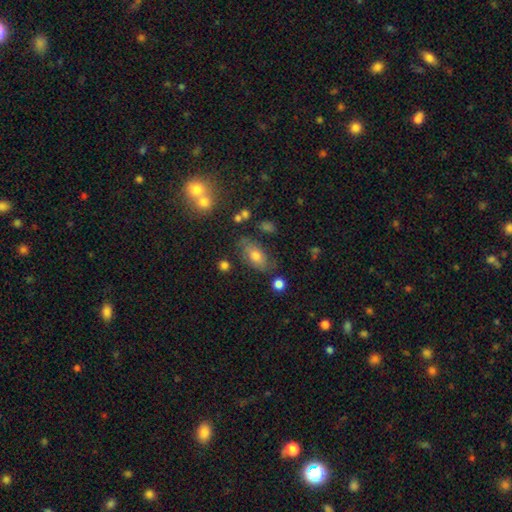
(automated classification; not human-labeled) This is likely a smooth galaxy (69%). How rounded: clearly in between (87%). Merging: likely none (66%).